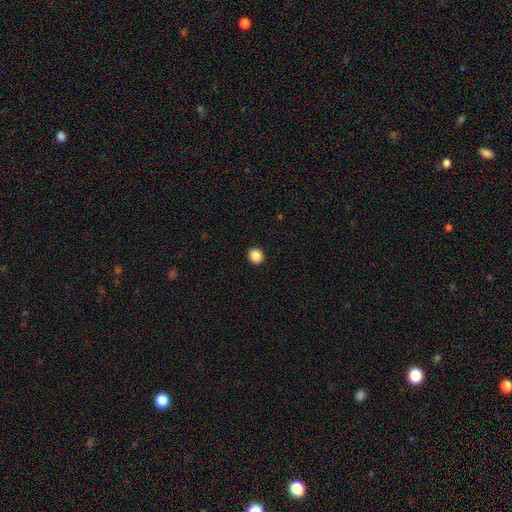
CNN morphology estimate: Overall: smooth (88%). How rounded: round (91%). Merging: none (93%).